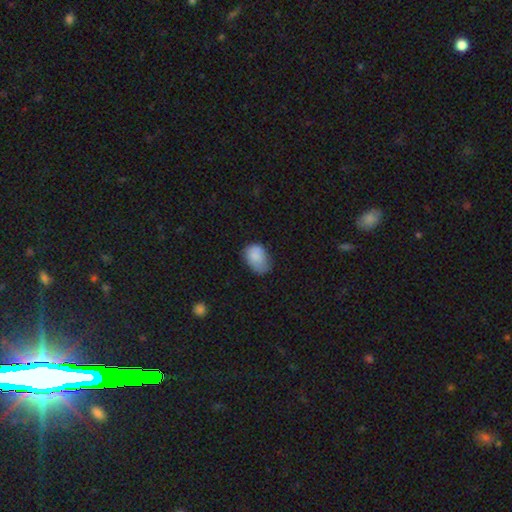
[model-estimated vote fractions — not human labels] This is clearly a smooth galaxy (84%). How rounded: likely in between (79%). Merging: marginally none (44%).